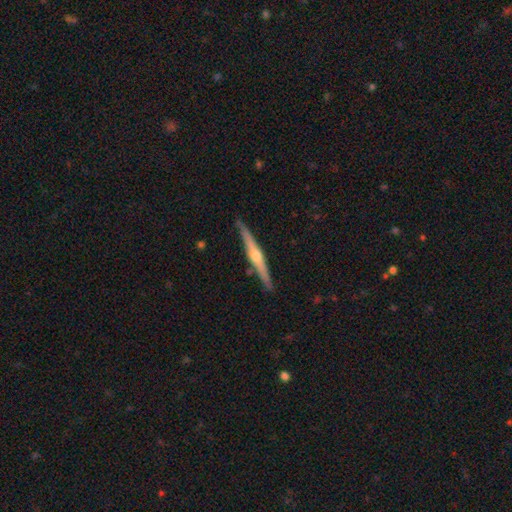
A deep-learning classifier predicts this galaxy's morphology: A featured or disk galaxy (77%) viewed edge-on (98%) with a rounded central bulge (90%).

Vote fractions:
- Smooth or featured? featured or disk: 77% / smooth: 18% / star or artifact: 5%
- Edge-on disk? yes: 98% / no: 2%
- Edge-on bulge? rounded: 90% / none: 6% / boxy: 4%
- Merging? none: 89% / minor disturbance: 8% / merger: 1% / major disturbance: 1%